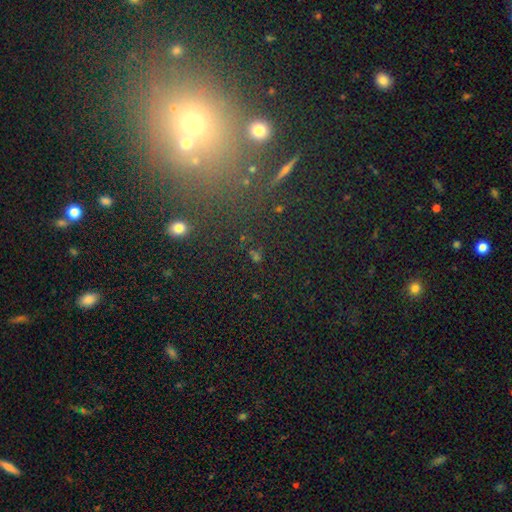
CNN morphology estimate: type=star or artifact (51%).